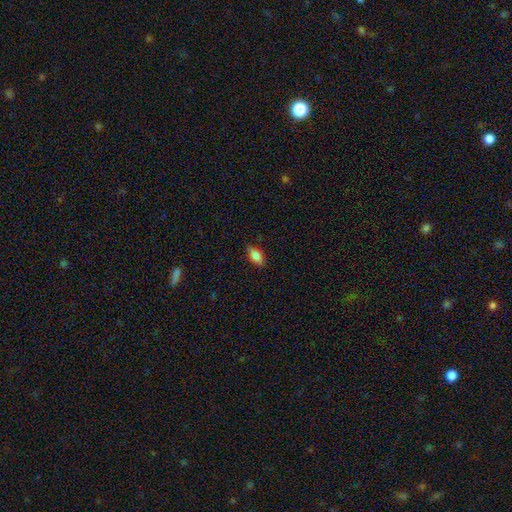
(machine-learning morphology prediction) Smooth or featured?
  - smooth: 81% *
  - featured or disk: 11%
  - star or artifact: 8%
How rounded?
  - in between: 87% *
  - cigar-shaped: 8%
  - round: 5%
Merging?
  - none: 84% *
  - minor disturbance: 13%
  - major disturbance: 2%
  - merger: 1%